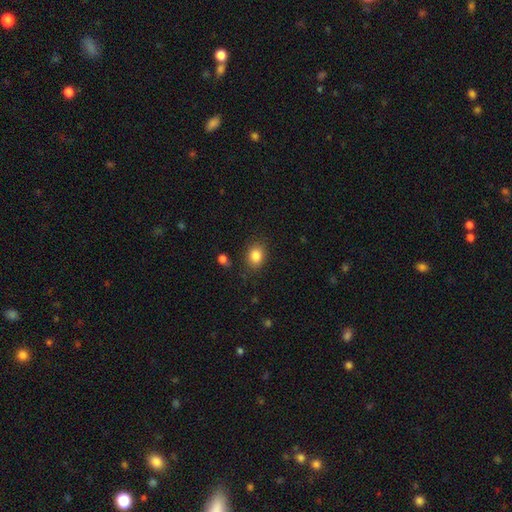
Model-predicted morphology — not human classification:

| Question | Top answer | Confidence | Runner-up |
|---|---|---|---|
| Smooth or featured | smooth | 85% | star or artifact (10%) |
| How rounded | in between | 58% | round (41%) |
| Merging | none | 82% | minor disturbance (12%) |